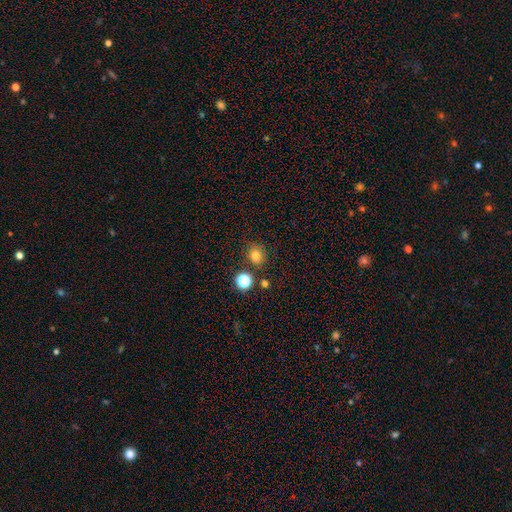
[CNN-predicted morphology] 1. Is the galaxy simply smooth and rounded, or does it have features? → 78% smooth, 15% star or artifact, 7% featured or disk.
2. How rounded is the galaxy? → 80% round, 20% in between, 1% cigar-shaped.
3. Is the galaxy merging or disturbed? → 81% none, 10% minor disturbance, 6% merger, 3% major disturbance.